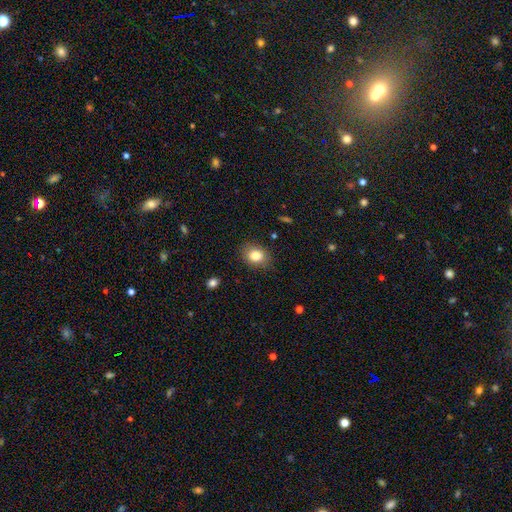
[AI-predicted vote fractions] smooth-or-featured: smooth: 83% | star or artifact: 9% | featured or disk: 8%
  how-rounded: in between: 53% | round: 46% | cigar-shaped: 1%
  merging: none: 84% | minor disturbance: 11% | major disturbance: 3% | merger: 1%